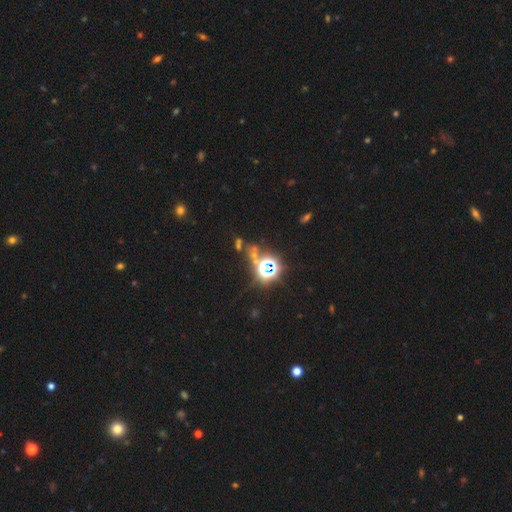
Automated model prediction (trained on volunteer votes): Smooth or featured?
  - star or artifact: 69% *
  - smooth: 21%
  - featured or disk: 11%